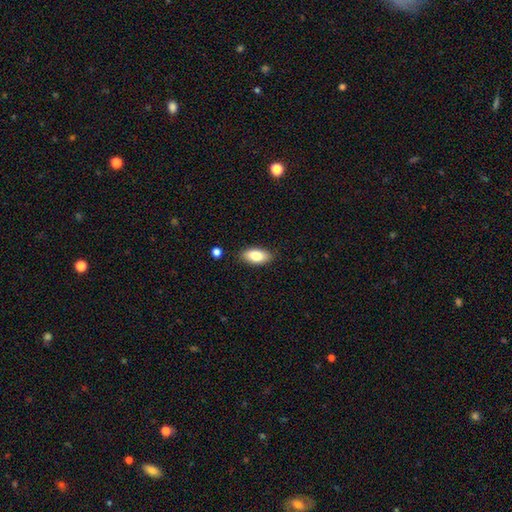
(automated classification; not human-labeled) Q: Smooth or featured?
A: smooth (84%); runner-up: featured or disk (9%)
Q: How rounded?
A: in between (90%); runner-up: cigar-shaped (7%)
Q: Merging?
A: none (85%); runner-up: minor disturbance (11%)